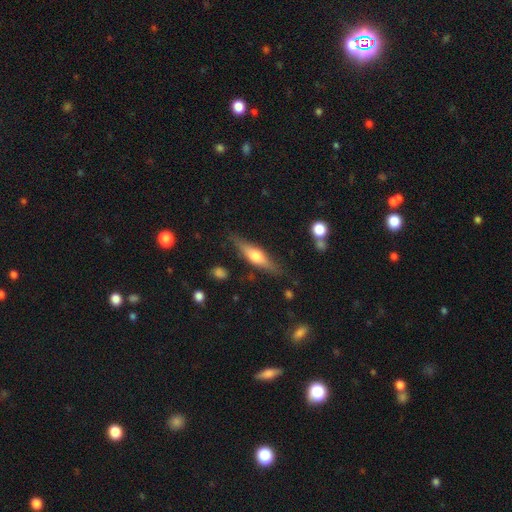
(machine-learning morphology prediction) featured or disk 56%, smooth 38%, star or artifact 6%. Down the decision tree: edge-on disk — yes (93%); edge-on bulge — rounded (89%); merging — none (81%).